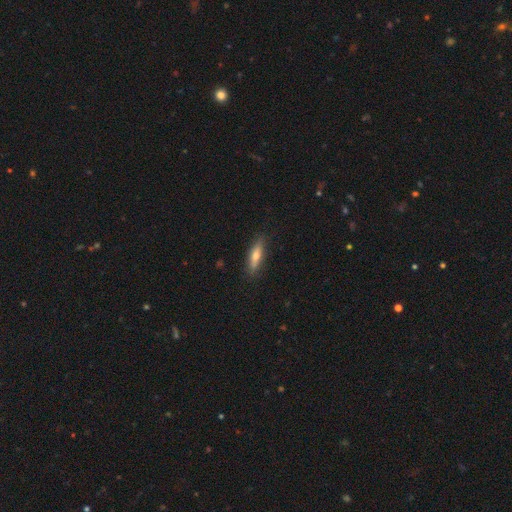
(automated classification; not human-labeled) Smooth or featured?
  - smooth: 57% *
  - featured or disk: 36%
  - star or artifact: 7%
How rounded?
  - cigar-shaped: 70% *
  - in between: 28%
  - round: 2%
Merging?
  - none: 85% *
  - minor disturbance: 12%
  - major disturbance: 2%
  - merger: 1%